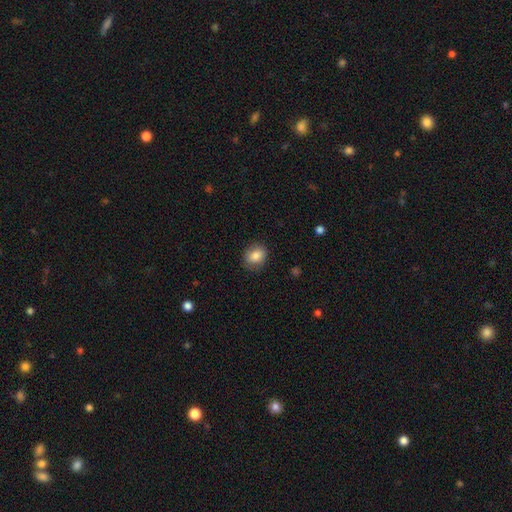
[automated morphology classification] Overall: smooth (84%). How rounded: round (50%; in between 49%). Merging: none (81%).